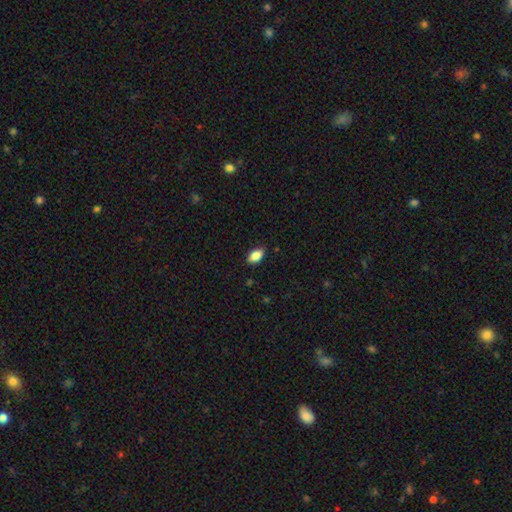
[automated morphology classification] This is clearly a smooth galaxy (84%). How rounded: clearly in between (90%). Merging: clearly none (85%).